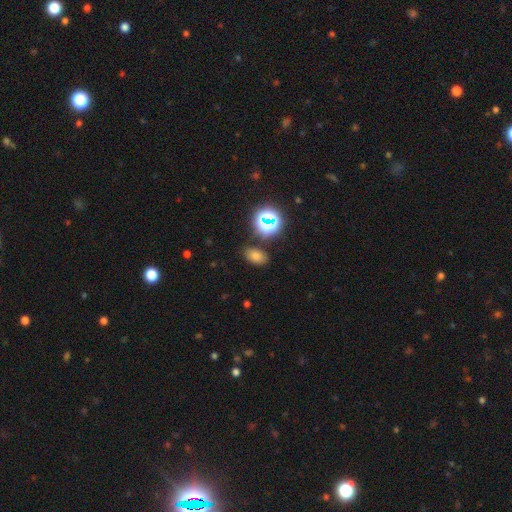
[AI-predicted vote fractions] A smooth galaxy with no disk features (63%) that is in between round and cigar-shaped (77%).

Vote fractions:
- Smooth or featured? smooth: 63% / star or artifact: 29% / featured or disk: 8%
- How rounded? in between: 77% / round: 21% / cigar-shaped: 2%
- Merging? none: 83% / minor disturbance: 10% / merger: 5% / major disturbance: 3%